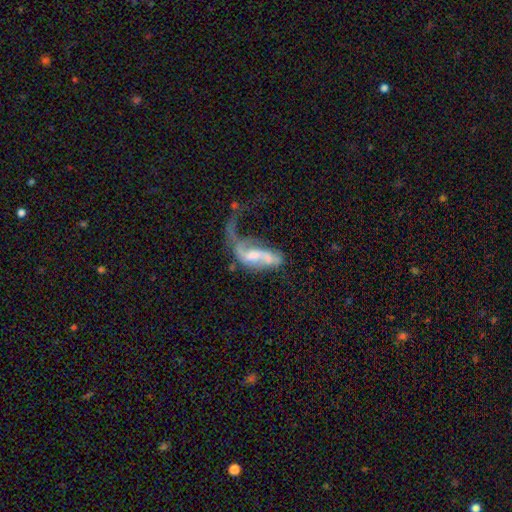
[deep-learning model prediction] This is likely a featured or disk galaxy (71%). It is clearly not viewed edge-on (93%). Bar: marginally no (43%). Spiral arm pattern: likely yes (73%). Central bulge: marginally moderate (38%). Merging: possibly major disturbance (54%).